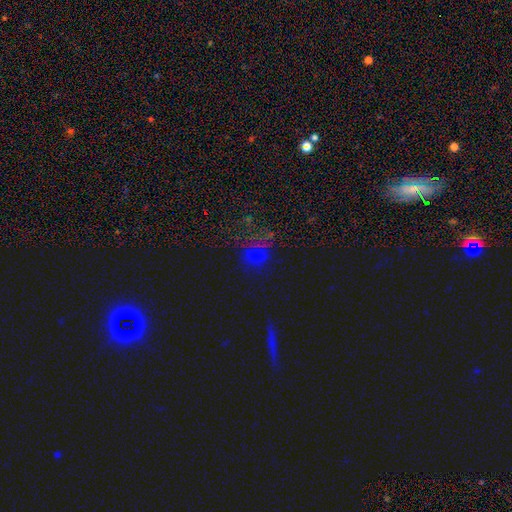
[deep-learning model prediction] Morphology: type=star or artifact (51%).